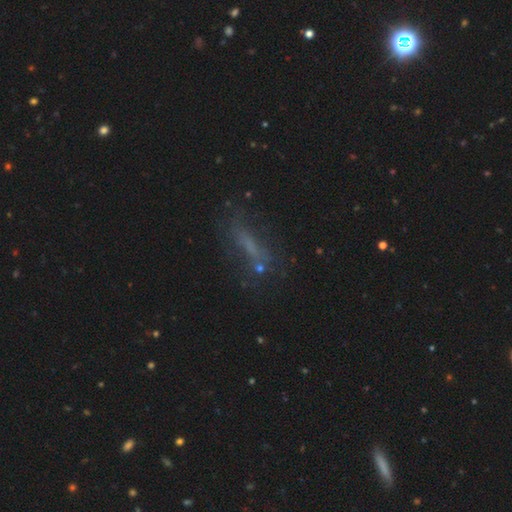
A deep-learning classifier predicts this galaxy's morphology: A smooth galaxy with no disk features (43%). Merging: none (57%).